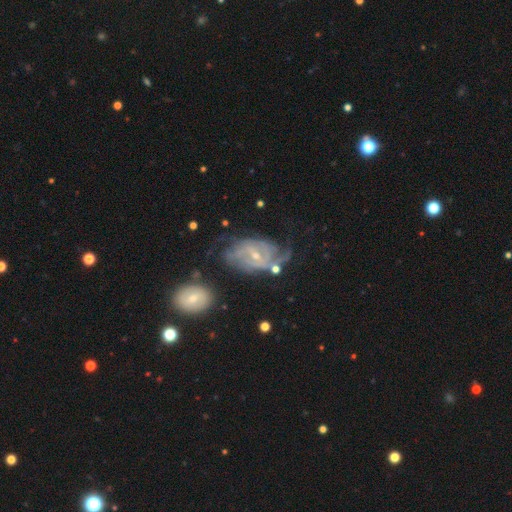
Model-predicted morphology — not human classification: type=featured or disk (83%); edge-on=no (96%); bar=weak (47%); spiral arms=yes (91%); winding=tight (47%); arm count=can't tell (37%); bulge=small (69%); merging=none (47%).